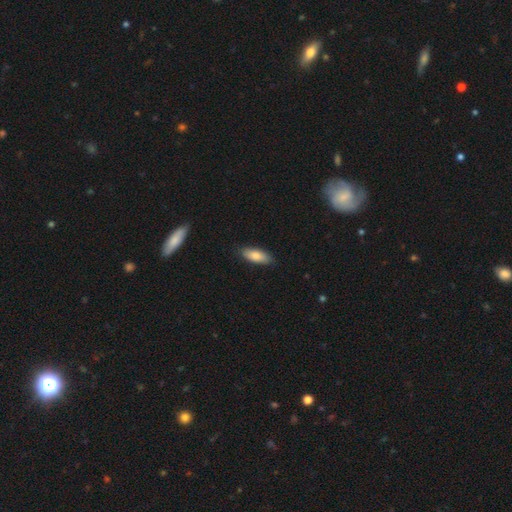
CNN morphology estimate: This appears to be a smooth galaxy with no disk features (82%) that is in between round and cigar-shaped (75%). Merging: none (85%).